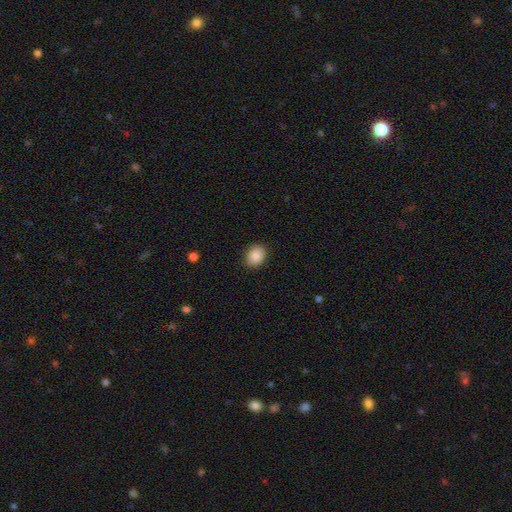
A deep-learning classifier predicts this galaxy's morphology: Q: Smooth or featured?
A: smooth (87%); runner-up: star or artifact (8%)
Q: How rounded?
A: in between (53%); runner-up: round (47%)
Q: Merging?
A: none (87%); runner-up: minor disturbance (9%)